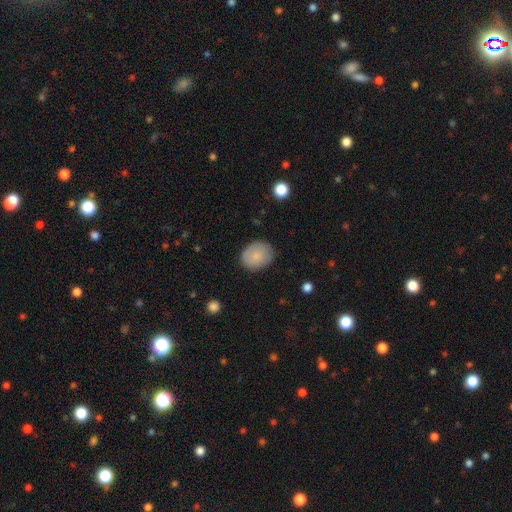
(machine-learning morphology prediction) smooth-or-featured: smooth: 83% | featured or disk: 10% | star or artifact: 7%
  how-rounded: round: 56% | in between: 43% | cigar-shaped: 1%
  merging: none: 83% | minor disturbance: 13% | major disturbance: 3% | merger: 1%